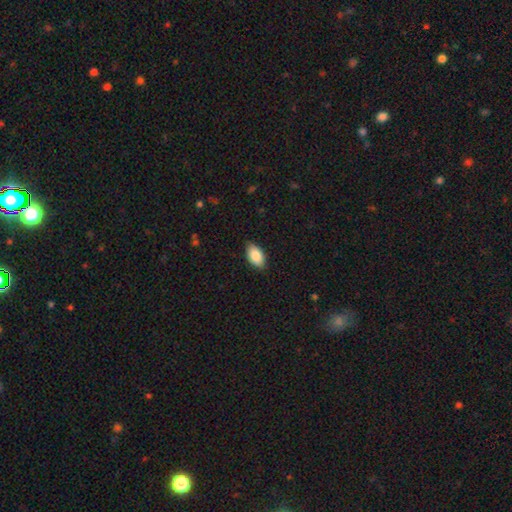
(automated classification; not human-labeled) A smooth galaxy with no disk features (87%) that is in between round and cigar-shaped (94%). Merging: none (86%).